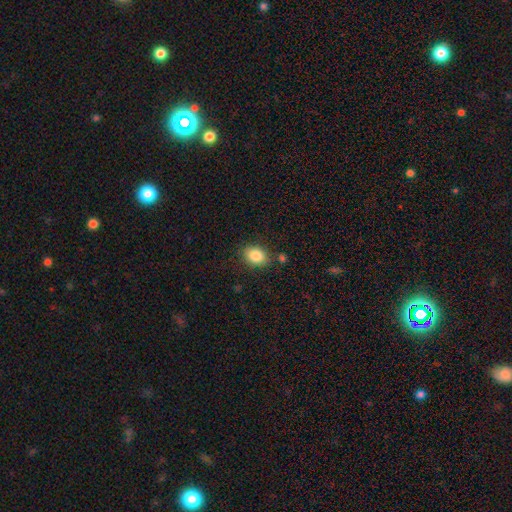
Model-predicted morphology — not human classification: Smooth or featured? Predicted: smooth (p=0.85). How rounded? Predicted: in between (p=0.70). Merging? Predicted: none (p=0.81).